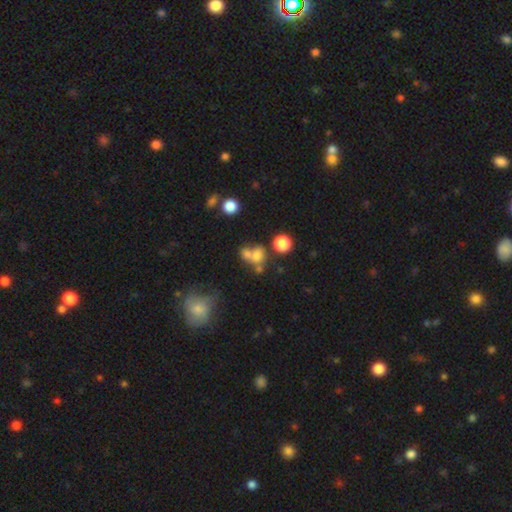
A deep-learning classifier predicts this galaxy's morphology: Smooth or featured?
  - smooth: 67% *
  - star or artifact: 18%
  - featured or disk: 15%
How rounded?
  - round: 63% *
  - in between: 36%
  - cigar-shaped: 2%
Merging?
  - merger: 49% *
  - none: 34%
  - minor disturbance: 9%
  - major disturbance: 7%